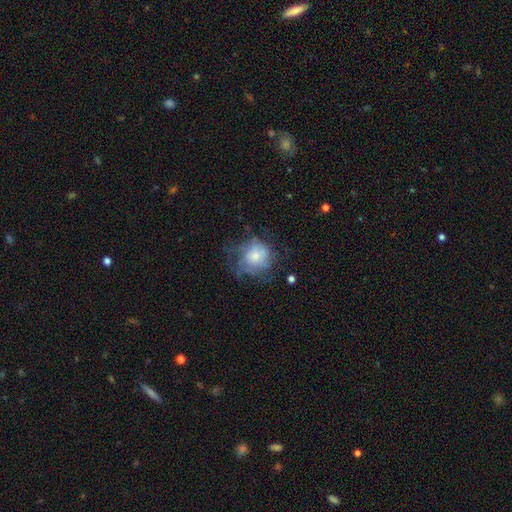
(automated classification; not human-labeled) Smooth or featured?
  - smooth: 52% *
  - featured or disk: 38%
  - star or artifact: 10%
How rounded?
  - round: 77% *
  - in between: 22%
  - cigar-shaped: 1%
Merging?
  - none: 45% *
  - major disturbance: 27%
  - minor disturbance: 26%
  - merger: 2%